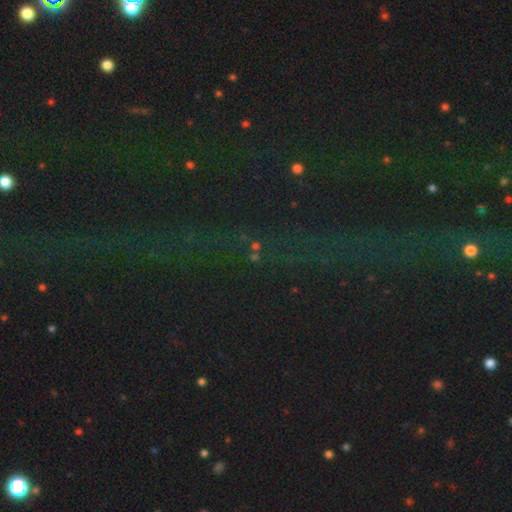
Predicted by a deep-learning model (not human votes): Smooth or featured? star or artifact (77%)